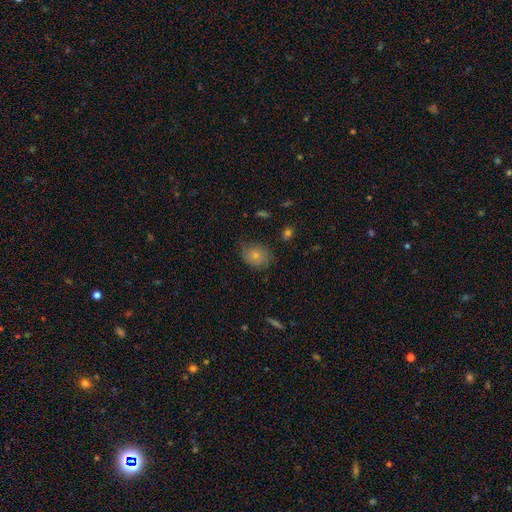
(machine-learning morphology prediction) Q: Smooth or featured?
A: smooth (78%); runner-up: featured or disk (13%)
Q: How rounded?
A: round (53%); runner-up: in between (46%)
Q: Merging?
A: none (64%); runner-up: minor disturbance (27%)